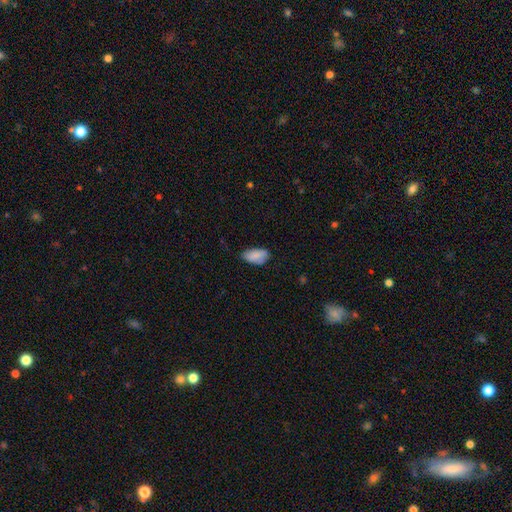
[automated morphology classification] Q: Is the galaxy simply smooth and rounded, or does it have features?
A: smooth — 85%.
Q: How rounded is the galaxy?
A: in between — 93%.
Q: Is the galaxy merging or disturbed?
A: none — 66%.